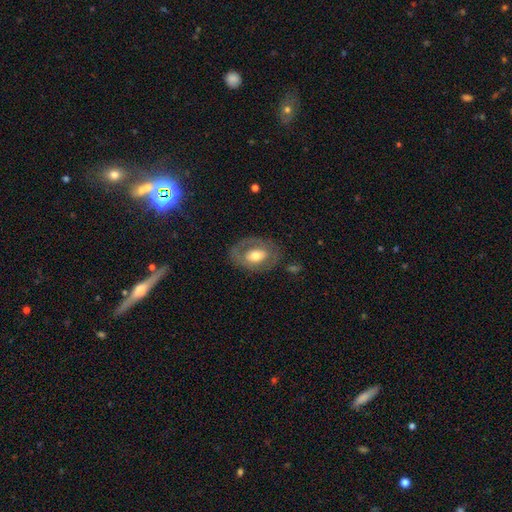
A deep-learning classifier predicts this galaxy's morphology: Smooth or featured?
  - featured or disk: 53% *
  - smooth: 41%
  - star or artifact: 6%
Edge-on disk?
  - no: 92% *
  - yes: 8%
Merging?
  - none: 71% *
  - minor disturbance: 17%
  - major disturbance: 10%
  - merger: 2%